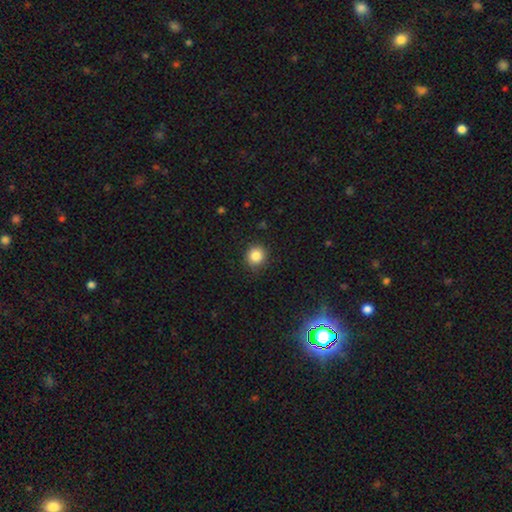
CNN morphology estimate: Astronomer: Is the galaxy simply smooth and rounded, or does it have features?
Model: smooth — 85%.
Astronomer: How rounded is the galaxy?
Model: round — 90%.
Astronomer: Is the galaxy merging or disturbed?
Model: none — 88%.